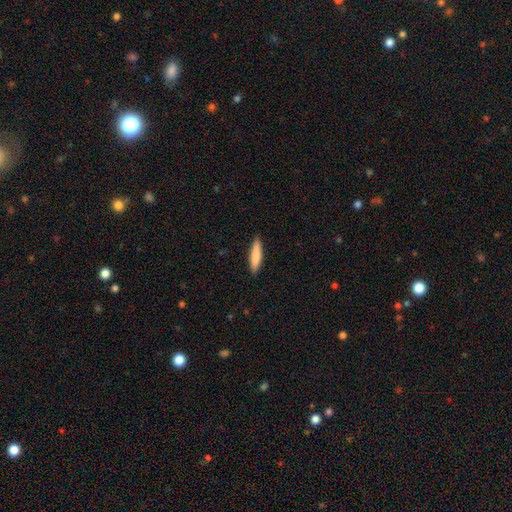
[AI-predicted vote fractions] A smooth galaxy with no disk features (81%) that is cigar-shaped (84%).

Vote fractions:
- Smooth or featured? smooth: 81% / featured or disk: 14% / star or artifact: 5%
- How rounded? cigar-shaped: 84% / in between: 15% / round: 1%
- Merging? none: 89% / minor disturbance: 8% / major disturbance: 2% / merger: 1%